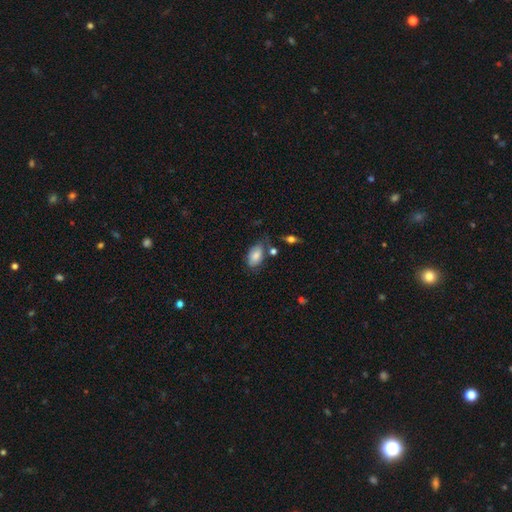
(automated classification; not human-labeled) smooth_or_featured: smooth (p=0.78) [alt: featured or disk p=0.15]
how_rounded: in between (p=0.92) [alt: round p=0.06]
merging: none (p=0.56) [alt: minor disturbance p=0.28]